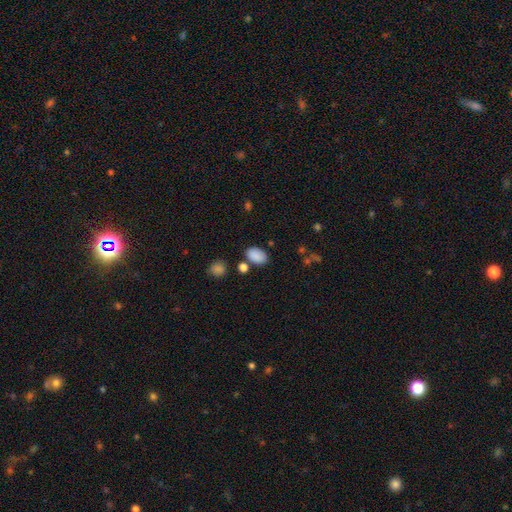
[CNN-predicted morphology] The model was most divided on "merging": none: 77%, minor disturbance: 12%, merger: 8%, major disturbance: 4%. More confident: how rounded — in between (88%); smooth or featured — smooth (87%).